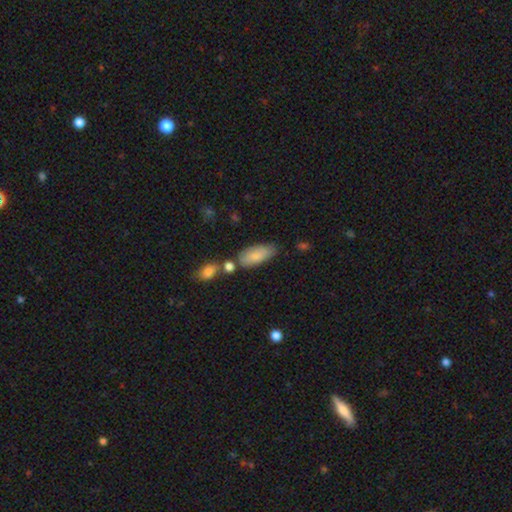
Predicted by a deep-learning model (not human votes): Q: Smooth or featured?
A: smooth (81%); runner-up: featured or disk (13%)
Q: How rounded?
A: in between (86%); runner-up: cigar-shaped (11%)
Q: Merging?
A: none (63%); runner-up: minor disturbance (20%)